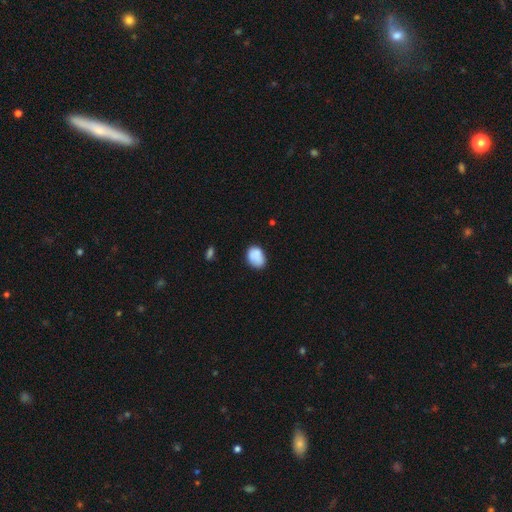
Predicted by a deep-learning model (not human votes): Smooth or featured? smooth (82%)
How rounded? in between (77%)
Merging? none (68%)